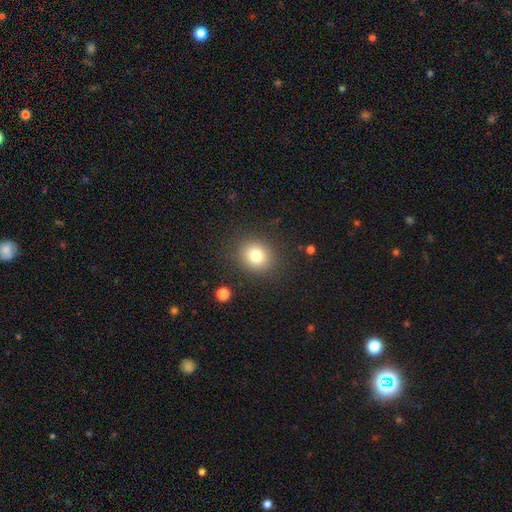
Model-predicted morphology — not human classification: Smooth or featured? Predicted: smooth (p=0.79). How rounded? Predicted: round (p=0.79). Merging? Predicted: none (p=0.87).